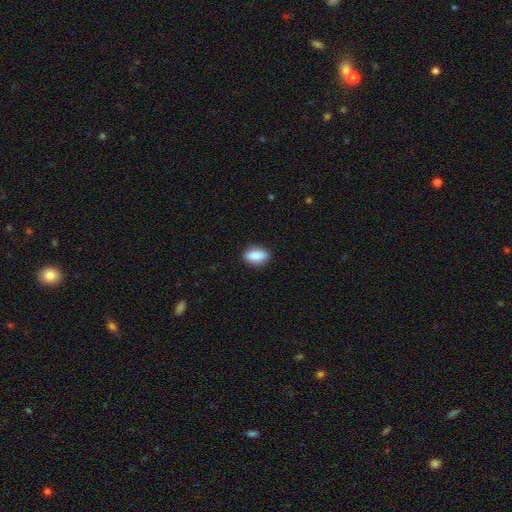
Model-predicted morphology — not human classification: Smooth or featured: smooth — 84% (featured or disk — 9%)
How rounded: in between — 84% (cigar-shaped — 8%)
Merging: none — 87% (minor disturbance — 10%)